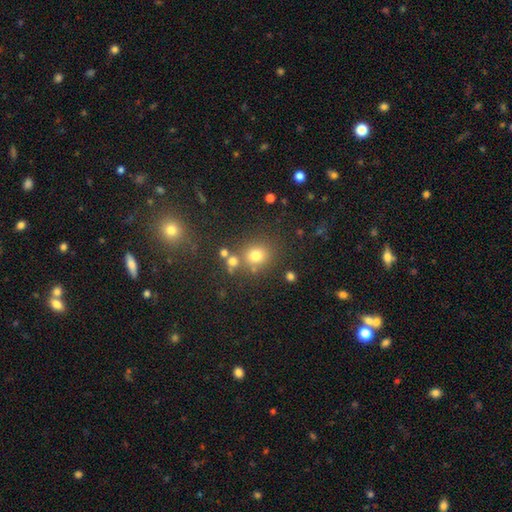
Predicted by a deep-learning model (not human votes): The model was most divided on "smooth or featured": smooth: 72%, star or artifact: 19%, featured or disk: 9%. More confident: how rounded — round (84%); merging — none (70%).